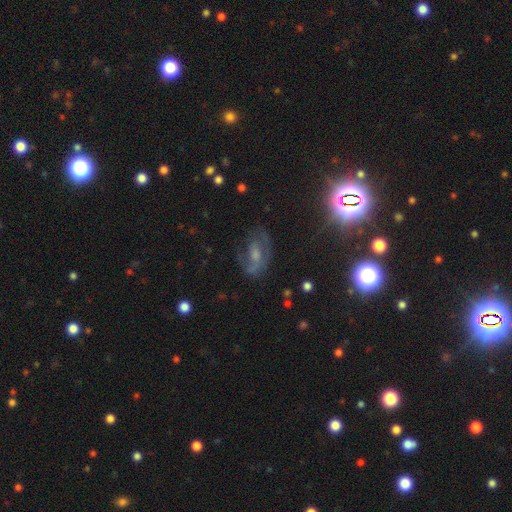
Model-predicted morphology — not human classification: Smooth or featured: featured or disk — 59% (star or artifact — 23%)
Edge-on disk: no — 94% (yes — 6%)
Bar: no — 47% (weak — 40%)
Spiral arms: yes — 78% (no — 22%)
Bulge size: moderate — 42% (small — 37%)
Merging: none — 60% (minor disturbance — 20%)